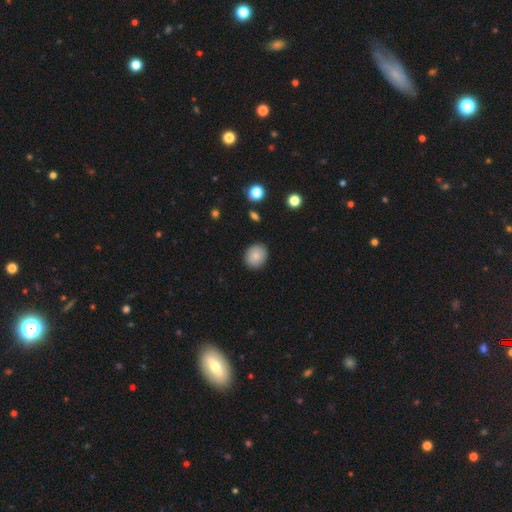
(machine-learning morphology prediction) smooth_or_featured: smooth (p=0.85) [alt: star or artifact p=0.08]
how_rounded: round (p=0.70) [alt: in between p=0.29]
merging: none (p=0.89) [alt: minor disturbance p=0.08]